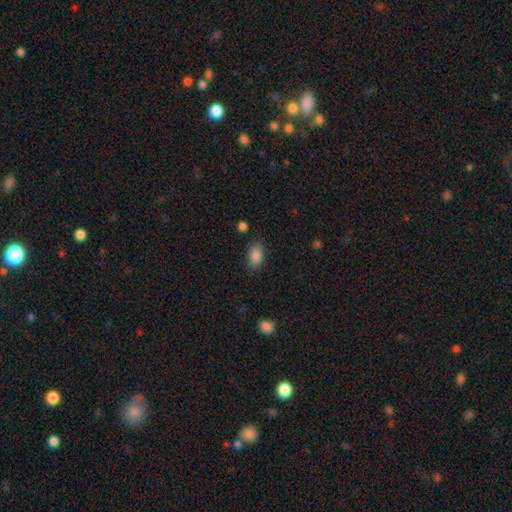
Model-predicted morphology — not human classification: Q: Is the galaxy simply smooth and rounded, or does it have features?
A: smooth — 86%.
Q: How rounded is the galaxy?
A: in between — 91%.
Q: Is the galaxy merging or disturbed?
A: none — 82%.